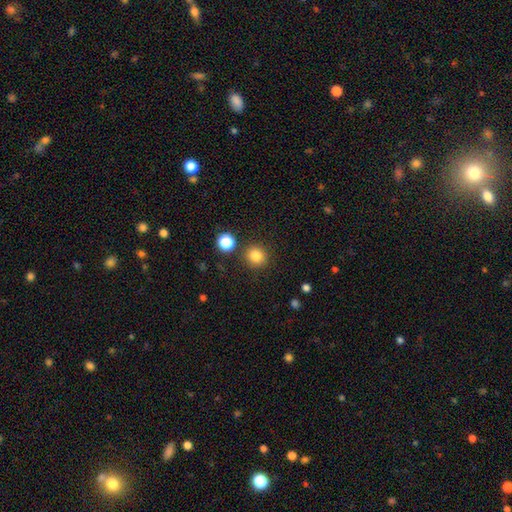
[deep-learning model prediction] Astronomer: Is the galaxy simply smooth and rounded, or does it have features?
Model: smooth — 83%.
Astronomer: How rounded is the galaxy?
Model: round — 89%.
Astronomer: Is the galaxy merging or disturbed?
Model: none — 86%.